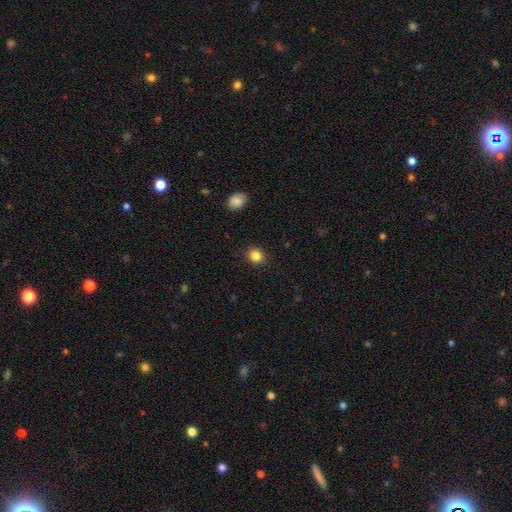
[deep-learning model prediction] Q: Smooth or featured?
A: smooth (85%); runner-up: star or artifact (11%)
Q: How rounded?
A: round (77%); runner-up: in between (22%)
Q: Merging?
A: none (90%); runner-up: minor disturbance (7%)